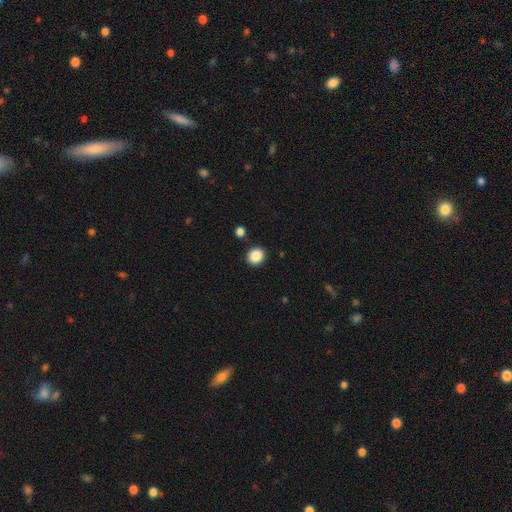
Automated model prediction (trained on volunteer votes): Smooth or featured?
  - smooth: 87% *
  - star or artifact: 9%
  - featured or disk: 3%
How rounded?
  - round: 81% *
  - in between: 18%
  - cigar-shaped: 1%
Merging?
  - none: 88% *
  - minor disturbance: 6%
  - merger: 3%
  - major disturbance: 2%